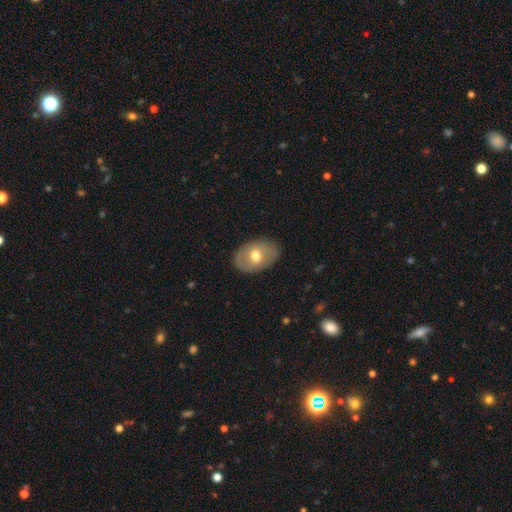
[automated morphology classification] Q: Smooth or featured?
A: smooth (59%); runner-up: featured or disk (35%)
Q: How rounded?
A: in between (79%); runner-up: round (20%)
Q: Merging?
A: none (83%); runner-up: minor disturbance (13%)